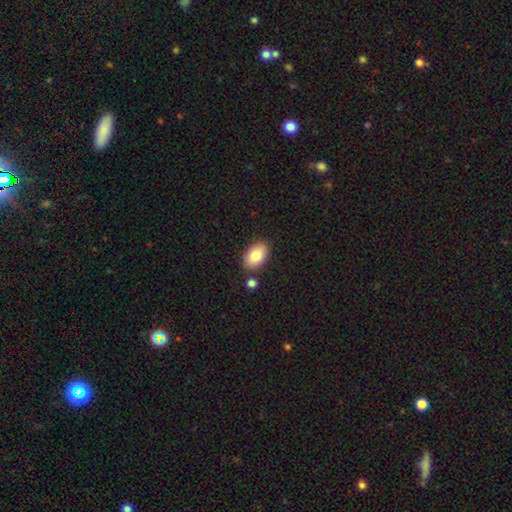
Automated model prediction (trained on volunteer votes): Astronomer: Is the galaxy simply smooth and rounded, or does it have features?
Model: smooth — 83%.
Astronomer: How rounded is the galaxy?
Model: in between — 92%.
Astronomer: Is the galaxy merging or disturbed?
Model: none — 82%.